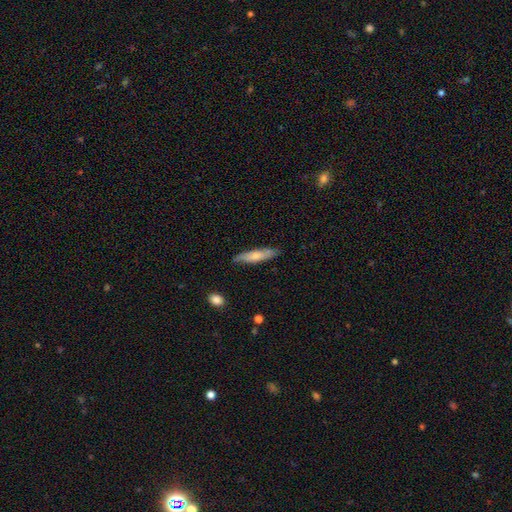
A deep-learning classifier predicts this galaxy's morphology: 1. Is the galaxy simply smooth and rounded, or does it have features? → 64% smooth, 30% featured or disk, 6% star or artifact.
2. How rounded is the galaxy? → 82% cigar-shaped, 17% in between, 1% round.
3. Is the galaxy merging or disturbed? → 80% none, 16% minor disturbance, 3% major disturbance, 2% merger.